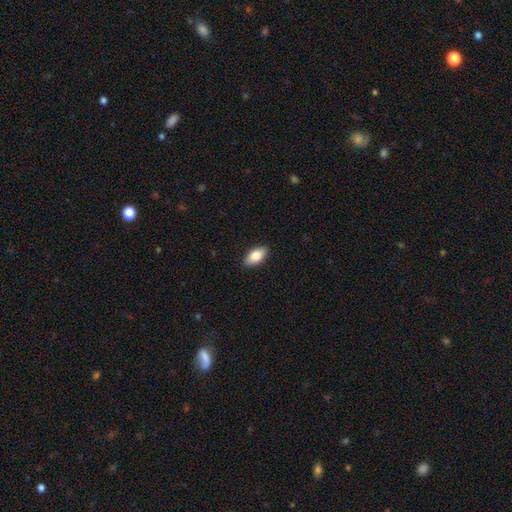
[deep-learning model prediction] This appears to be a smooth galaxy with no disk features (82%) that is in between round and cigar-shaped (91%). Merging: none (89%).